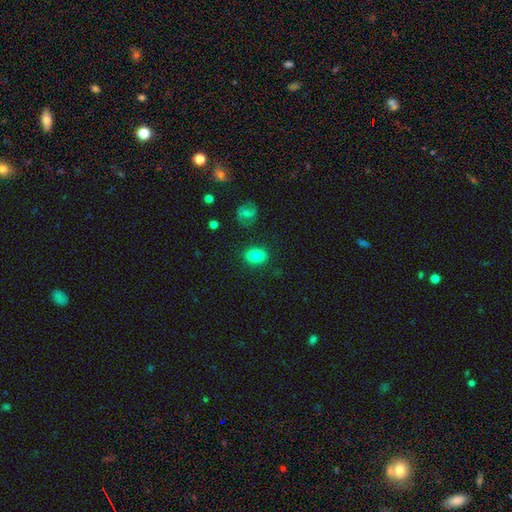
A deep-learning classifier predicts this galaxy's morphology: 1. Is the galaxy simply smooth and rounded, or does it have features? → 85% smooth, 9% star or artifact, 6% featured or disk.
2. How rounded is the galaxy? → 80% in between, 18% round, 1% cigar-shaped.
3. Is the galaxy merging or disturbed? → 84% none, 10% minor disturbance, 3% major disturbance, 2% merger.